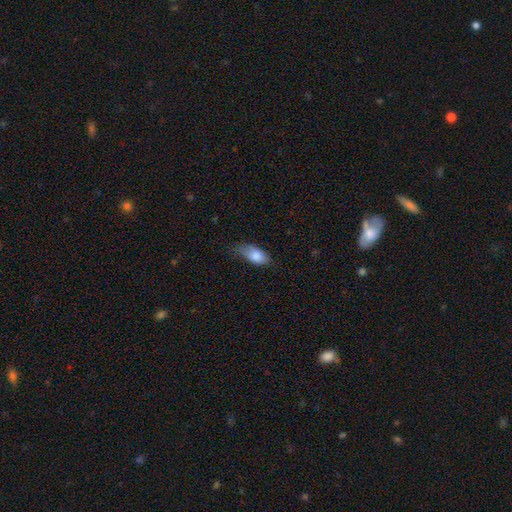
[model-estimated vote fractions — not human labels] Smooth or featured? smooth (81%)
How rounded? in between (88%)
Merging? none (49%)